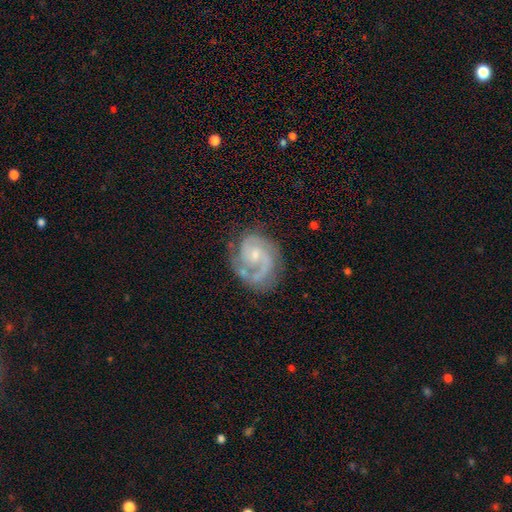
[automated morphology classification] The model was most divided on "spiral winding": medium: 49%, tight: 39%, loose: 12%. More confident: edge-on disk — no (98%); spiral arms — yes (97%); smooth or featured — featured or disk (88%); spiral arm count — 2 (77%); merging — none (65%); bulge size — small (64%); bar — no (61%).